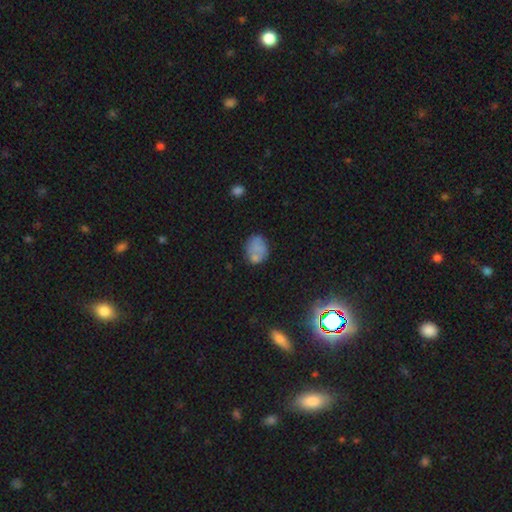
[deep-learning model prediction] A smooth galaxy with no disk features (61%) that is in between round and cigar-shaped (52%). Merging: none (59%).